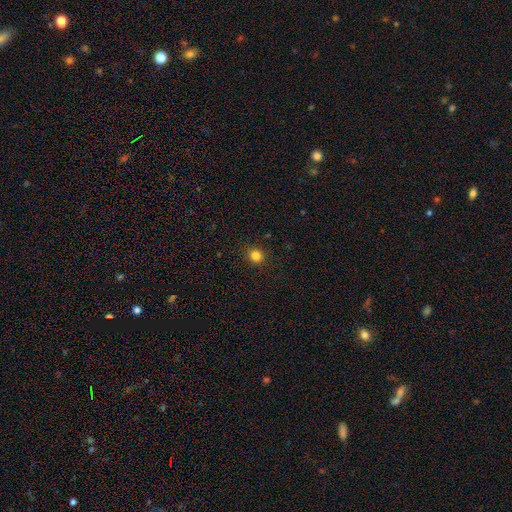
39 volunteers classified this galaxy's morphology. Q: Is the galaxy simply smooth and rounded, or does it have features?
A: smooth — 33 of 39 (85%).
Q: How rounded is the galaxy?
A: round — 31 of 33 (94%).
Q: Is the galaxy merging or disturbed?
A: none — 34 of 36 (94%).